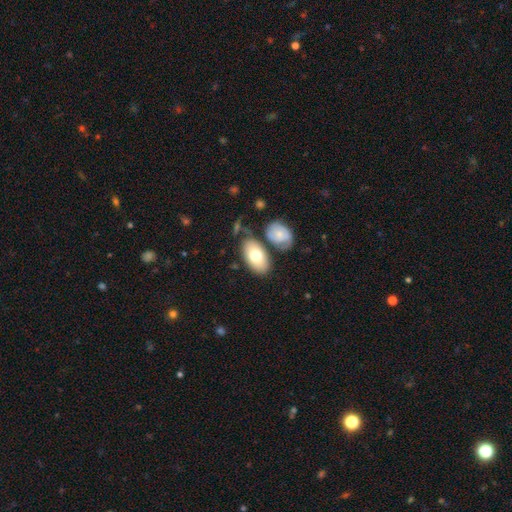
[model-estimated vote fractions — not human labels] Morphology: type=smooth (73%); roundness=in between (94%); merging=none (61%).